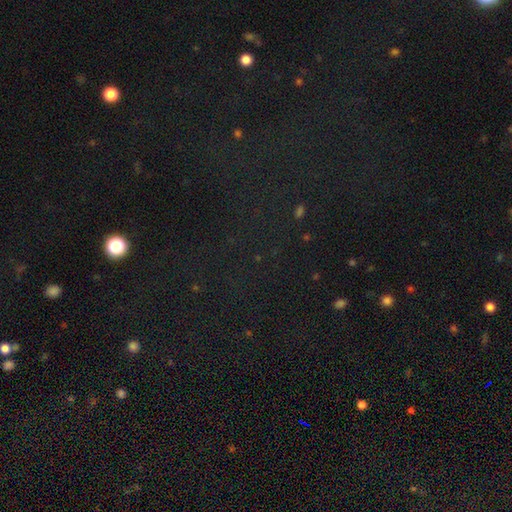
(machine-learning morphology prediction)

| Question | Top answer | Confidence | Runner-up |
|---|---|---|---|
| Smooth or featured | star or artifact | 77% | smooth (14%) |